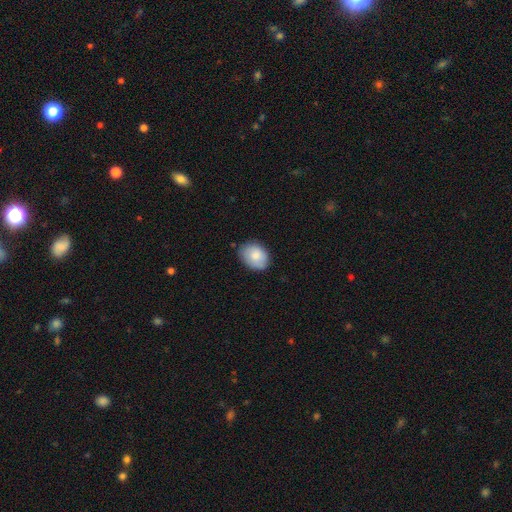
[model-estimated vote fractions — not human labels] smooth_or_featured: smooth (p=0.81) [alt: featured or disk p=0.12]
how_rounded: in between (p=0.68) [alt: round p=0.31]
merging: none (p=0.76) [alt: minor disturbance p=0.19]